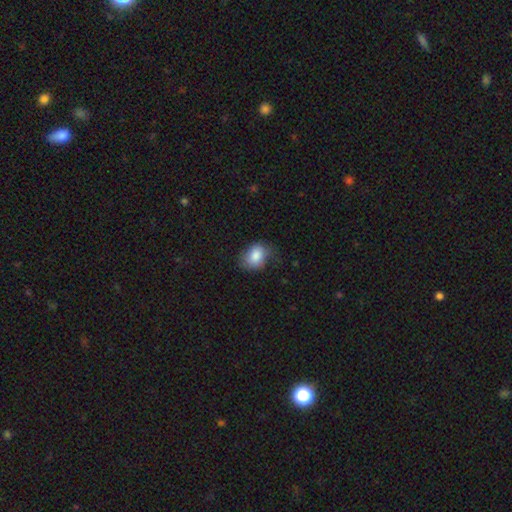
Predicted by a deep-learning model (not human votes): A smooth galaxy with no disk features (83%) that is in between round and cigar-shaped (64%). Merging: none (59%).